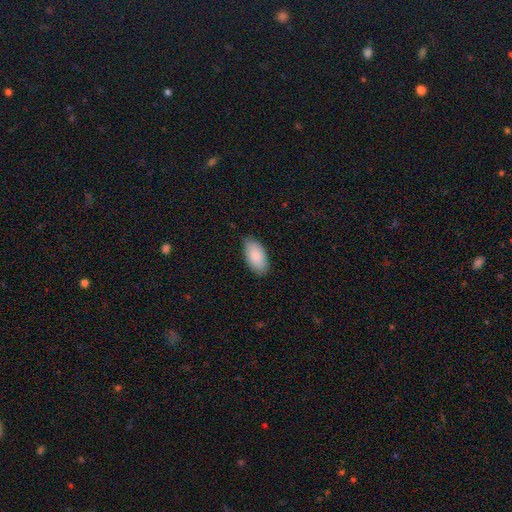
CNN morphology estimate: smooth 86%, featured or disk 9%, star or artifact 6%. Down the decision tree: how rounded — in between (95%); merging — none (81%).